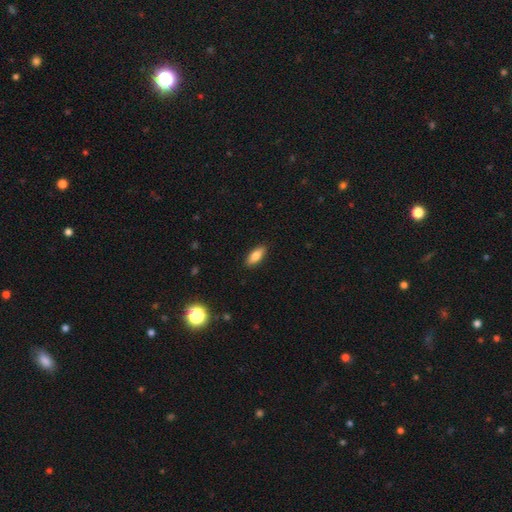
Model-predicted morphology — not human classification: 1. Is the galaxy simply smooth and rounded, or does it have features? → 80% smooth, 13% featured or disk, 7% star or artifact.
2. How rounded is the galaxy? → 76% in between, 21% cigar-shaped, 2% round.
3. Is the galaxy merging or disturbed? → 89% none, 8% minor disturbance, 2% major disturbance, 1% merger.